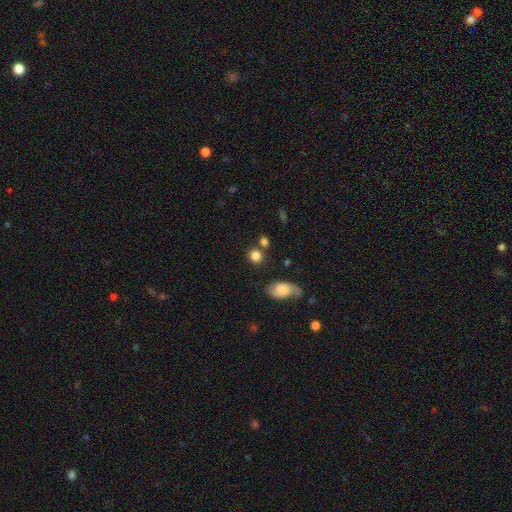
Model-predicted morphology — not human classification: smooth-or-featured: smooth: 82% | star or artifact: 10% | featured or disk: 8%
  how-rounded: round: 81% | in between: 18% | cigar-shaped: 1%
  merging: none: 69% | merger: 15% | minor disturbance: 12% | major disturbance: 5%